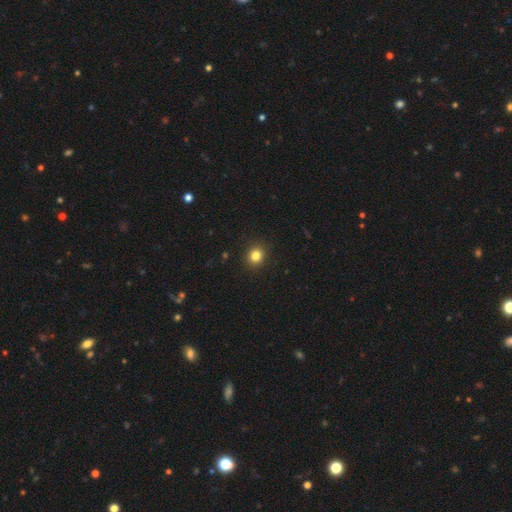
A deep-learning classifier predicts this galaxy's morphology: Smooth or featured: smooth — 83% (star or artifact — 12%)
How rounded: round — 82% (in between — 17%)
Merging: none — 91% (minor disturbance — 6%)